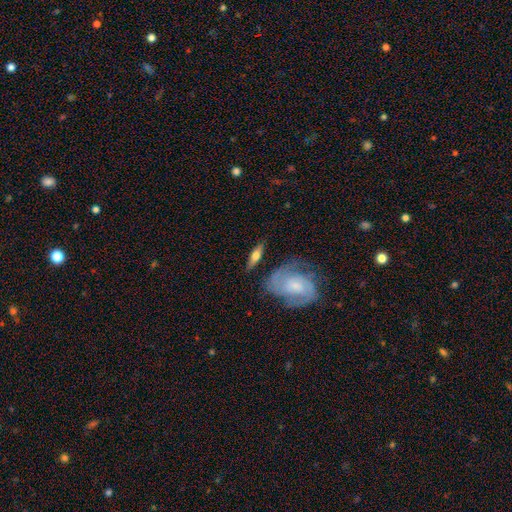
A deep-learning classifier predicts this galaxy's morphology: Overall: featured or disk (50%; smooth 44%). Merging: none (77%).